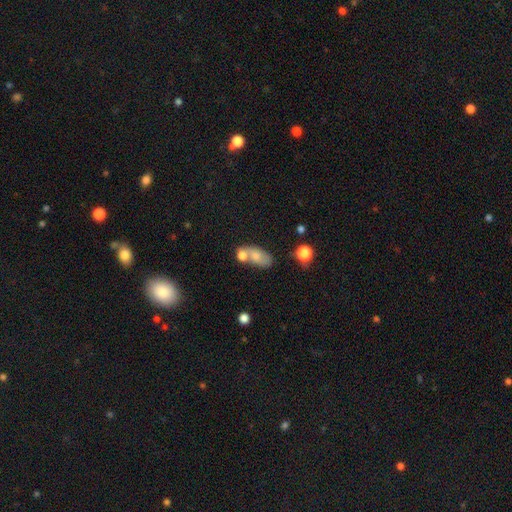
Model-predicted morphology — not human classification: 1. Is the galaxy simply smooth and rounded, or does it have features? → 68% smooth, 22% featured or disk, 9% star or artifact.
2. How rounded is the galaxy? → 84% in between, 9% round, 7% cigar-shaped.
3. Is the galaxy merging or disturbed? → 42% none, 32% merger, 18% minor disturbance, 8% major disturbance.